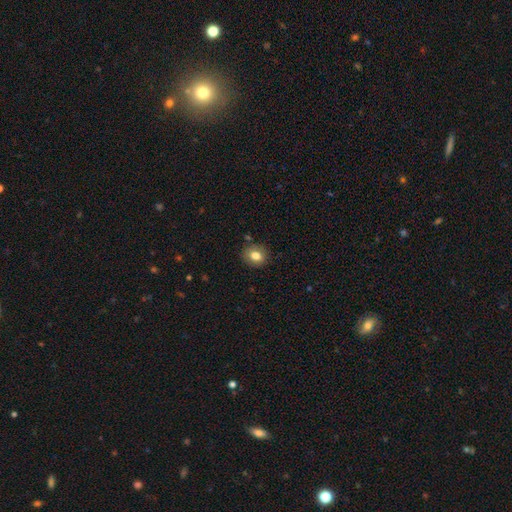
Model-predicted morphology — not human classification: smooth_or_featured: smooth (p=0.81) [alt: star or artifact p=0.10]
how_rounded: round (p=0.69) [alt: in between p=0.30]
merging: none (p=0.85) [alt: minor disturbance p=0.10]